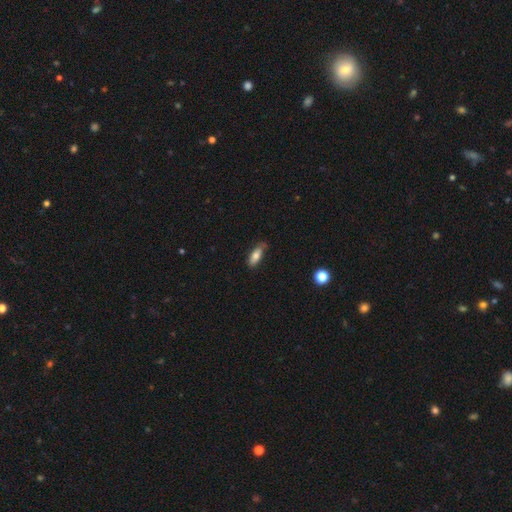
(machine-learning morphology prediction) Smooth or featured?
  - smooth: 75% *
  - featured or disk: 18%
  - star or artifact: 7%
How rounded?
  - in between: 72% *
  - cigar-shaped: 25%
  - round: 2%
Merging?
  - none: 64% *
  - minor disturbance: 28%
  - major disturbance: 6%
  - merger: 3%